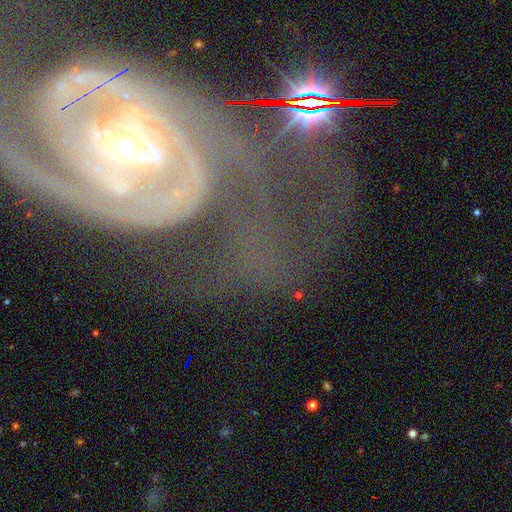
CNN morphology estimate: featured or disk 85%, star or artifact 9%, smooth 6%. Down the decision tree: edge-on disk — no (96%); bar — strong (39%); spiral arms — yes (92%); spiral arm count — 2 (44%); spiral winding — tight (60%); bulge size — small (61%); merging — none (43%).